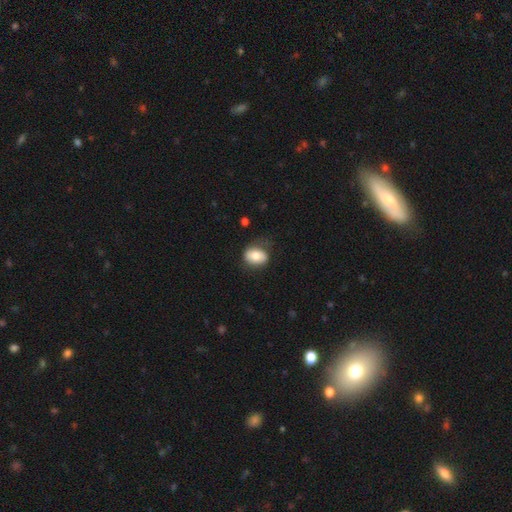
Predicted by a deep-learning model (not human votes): smooth_or_featured: smooth (p=0.71) [alt: featured or disk p=0.22]
how_rounded: in between (p=0.68) [alt: round p=0.31]
merging: none (p=0.62) [alt: minor disturbance p=0.26]